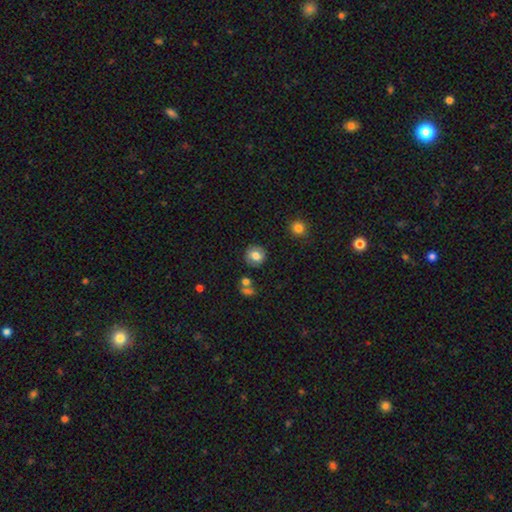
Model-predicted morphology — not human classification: smooth_or_featured: smooth (p=0.76) [alt: featured or disk p=0.14]
how_rounded: round (p=0.86) [alt: in between p=0.13]
merging: none (p=0.82) [alt: minor disturbance p=0.10]